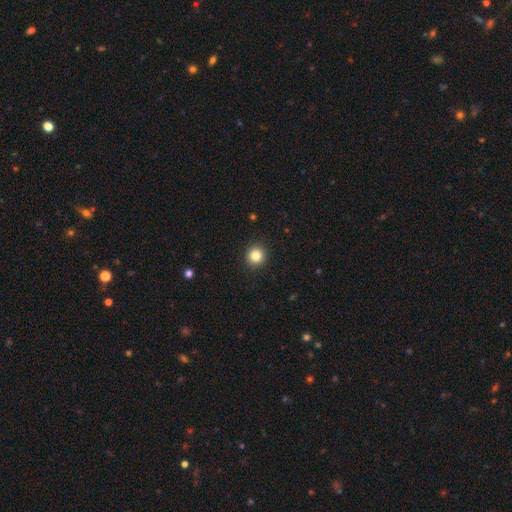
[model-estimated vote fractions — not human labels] Smooth or featured? Predicted: smooth (p=0.84). How rounded? Predicted: round (p=0.92). Merging? Predicted: none (p=0.92).